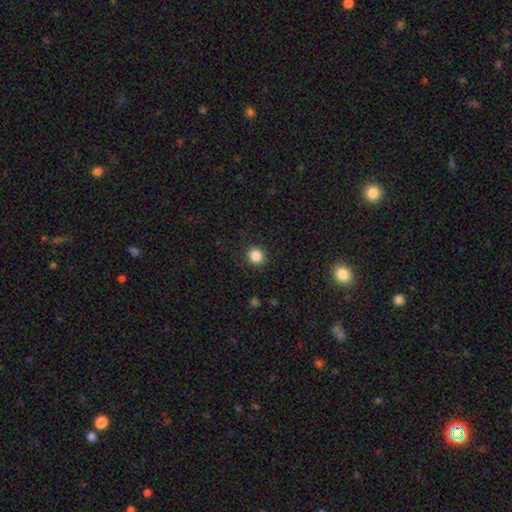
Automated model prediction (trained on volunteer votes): This appears to be a smooth galaxy with no disk features (86%) that is round (82%). Merging: none (89%).